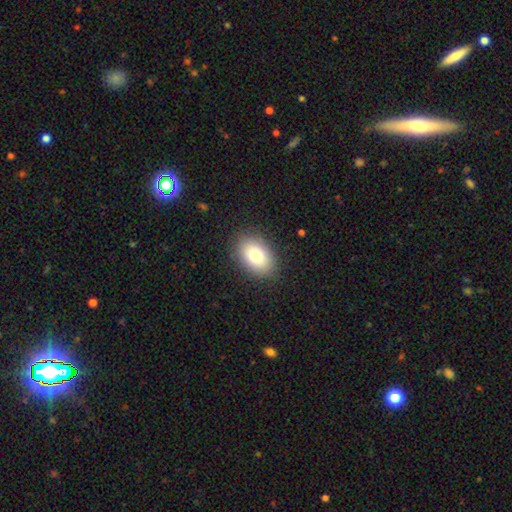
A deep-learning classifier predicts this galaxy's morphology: smooth 78%, featured or disk 12%, star or artifact 9%. Down the decision tree: how rounded — in between (83%); merging — none (88%).